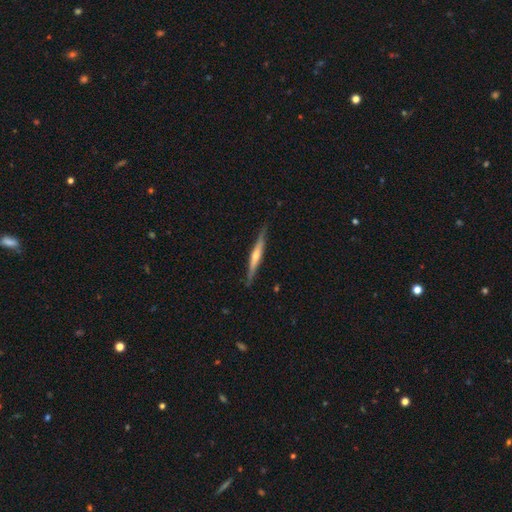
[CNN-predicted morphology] featured or disk 69%, smooth 25%, star or artifact 5%. Down the decision tree: edge-on disk — yes (97%); edge-on bulge — rounded (76%); merging — none (88%).